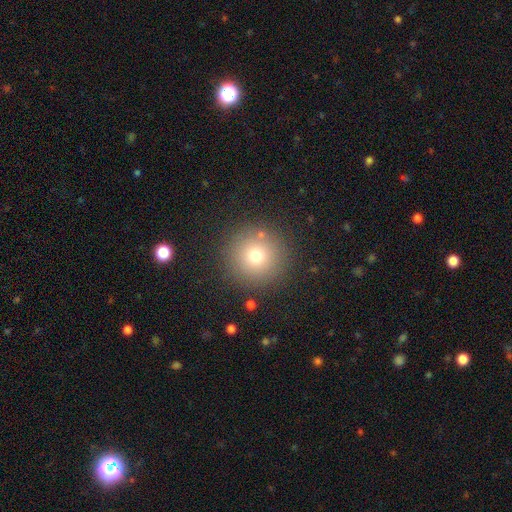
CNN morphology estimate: This is likely a smooth galaxy (73%). How rounded: clearly round (96%). Merging: clearly none (87%).